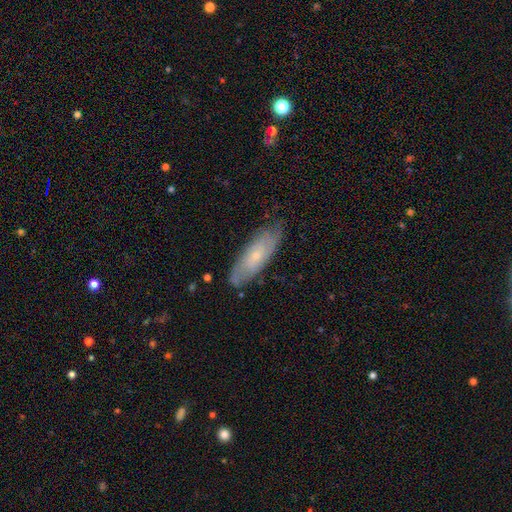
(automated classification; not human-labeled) Morphology: type=featured or disk (52%); edge-on=no (75%); merging=none (77%).